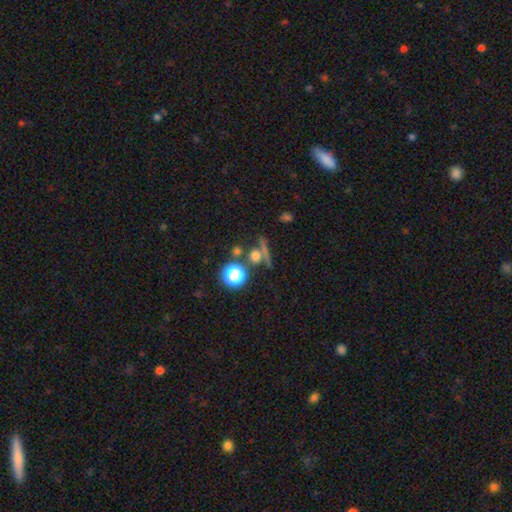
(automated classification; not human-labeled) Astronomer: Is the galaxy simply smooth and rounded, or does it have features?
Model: smooth — 54% (runner-up: star or artifact, 30%).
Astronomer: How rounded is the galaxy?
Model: round — 81%.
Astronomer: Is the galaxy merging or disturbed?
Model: none — 70%.